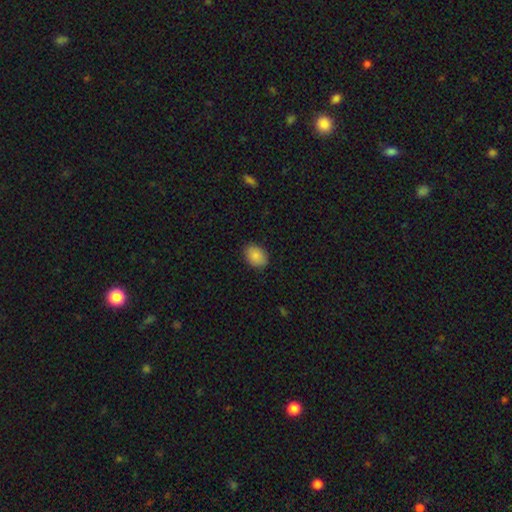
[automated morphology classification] Overall: smooth (88%). How rounded: in between (74%). Merging: none (87%).